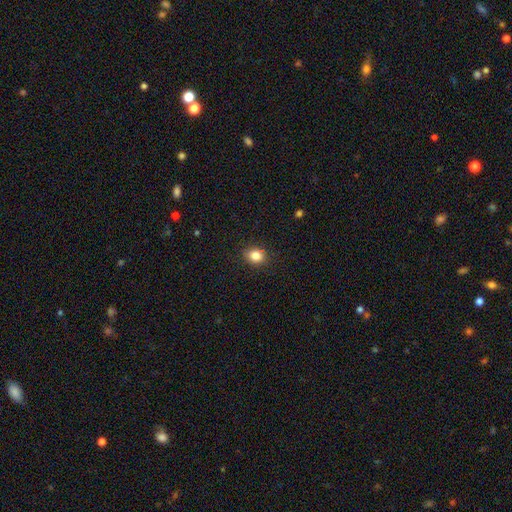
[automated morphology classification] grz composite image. It shows a smooth galaxy with no disk features (84%) that is round (58%). Merging: none (87%).